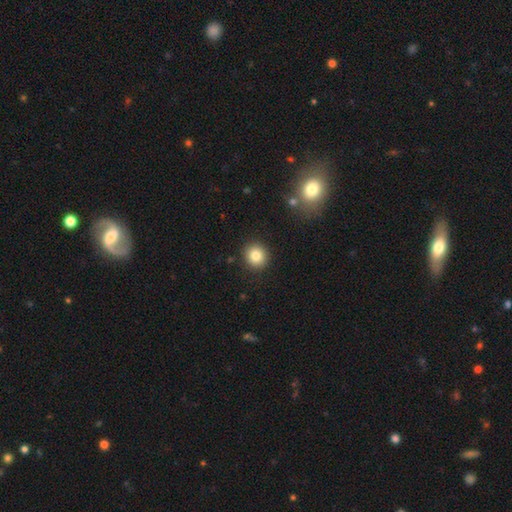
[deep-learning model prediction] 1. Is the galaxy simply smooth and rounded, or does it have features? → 82% smooth, 10% star or artifact, 7% featured or disk.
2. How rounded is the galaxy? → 88% round, 11% in between, 1% cigar-shaped.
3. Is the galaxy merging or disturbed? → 90% none, 6% minor disturbance, 2% major disturbance, 1% merger.